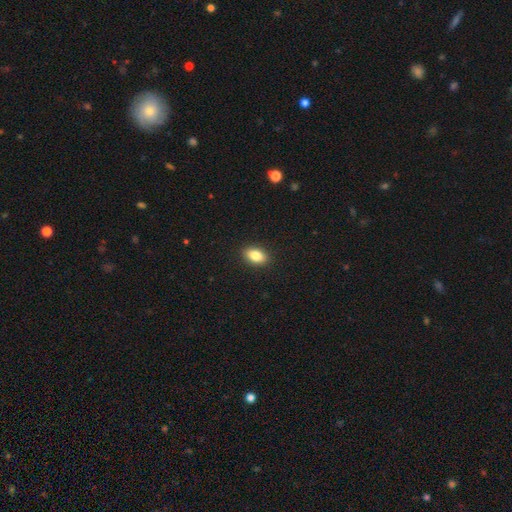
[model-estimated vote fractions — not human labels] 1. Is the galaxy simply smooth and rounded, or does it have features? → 83% smooth, 9% featured or disk, 8% star or artifact.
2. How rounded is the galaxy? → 88% in between, 8% round, 3% cigar-shaped.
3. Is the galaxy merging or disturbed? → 90% none, 7% minor disturbance, 2% major disturbance, 1% merger.